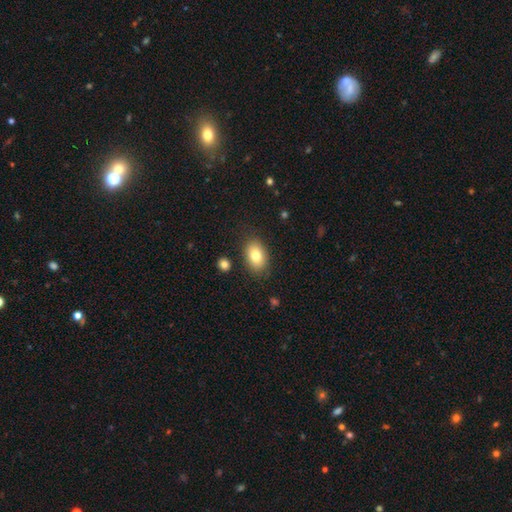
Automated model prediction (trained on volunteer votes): Overall: smooth (81%). How rounded: in between (84%). Merging: none (83%).